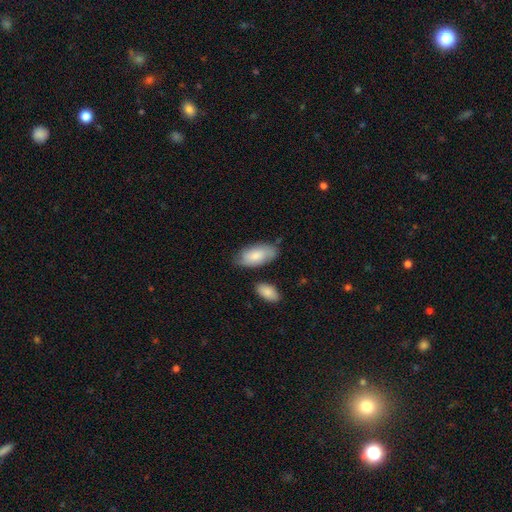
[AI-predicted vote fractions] A smooth galaxy with no disk features (80%) that is in between round and cigar-shaped (93%).

Vote fractions:
- Smooth or featured? smooth: 80% / featured or disk: 15% / star or artifact: 5%
- How rounded? in between: 93% / cigar-shaped: 4% / round: 2%
- Merging? none: 68% / minor disturbance: 21% / merger: 6% / major disturbance: 4%